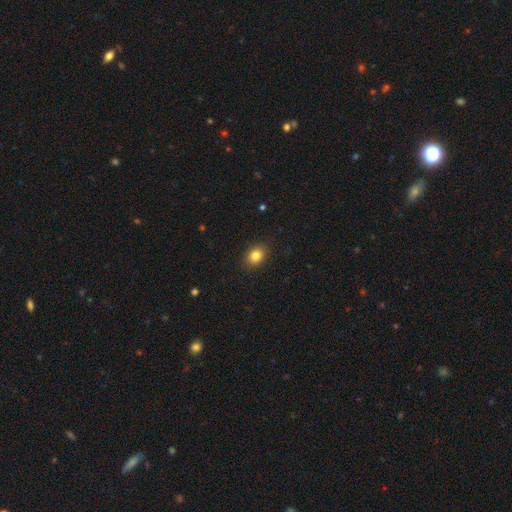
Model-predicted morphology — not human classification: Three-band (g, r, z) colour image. It shows a smooth galaxy with no disk features (84%) that is in between round and cigar-shaped (54%). Merging: none (89%).